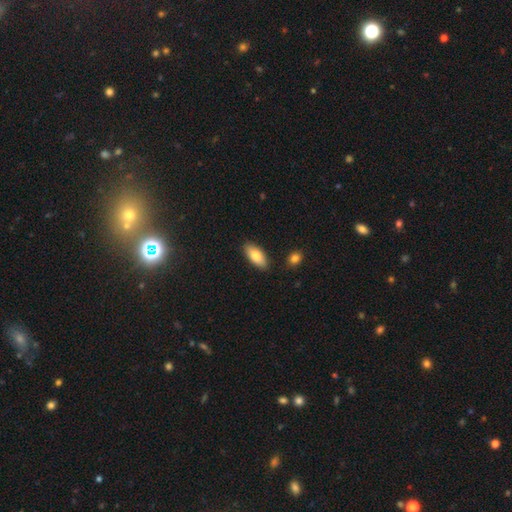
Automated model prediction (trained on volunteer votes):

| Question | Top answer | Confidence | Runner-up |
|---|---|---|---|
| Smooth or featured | smooth | 80% | featured or disk (13%) |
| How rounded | in between | 85% | cigar-shaped (12%) |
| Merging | none | 86% | minor disturbance (10%) |